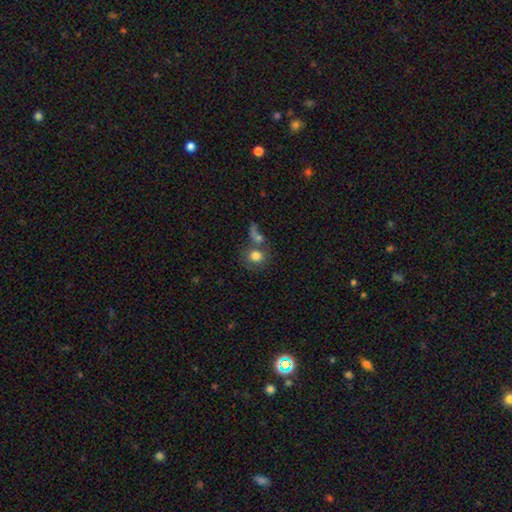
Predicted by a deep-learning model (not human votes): Smooth or featured: smooth — 78% (featured or disk — 12%)
How rounded: round — 76% (in between — 23%)
Merging: none — 45% (merger — 33%)